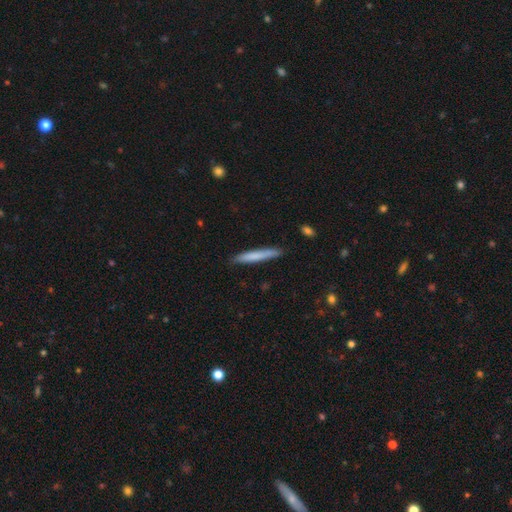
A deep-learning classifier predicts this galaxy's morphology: Smooth or featured?
  - smooth: 73% *
  - featured or disk: 22%
  - star or artifact: 6%
How rounded?
  - cigar-shaped: 95% *
  - in between: 3%
  - round: 1%
Merging?
  - none: 87% *
  - minor disturbance: 10%
  - major disturbance: 2%
  - merger: 1%